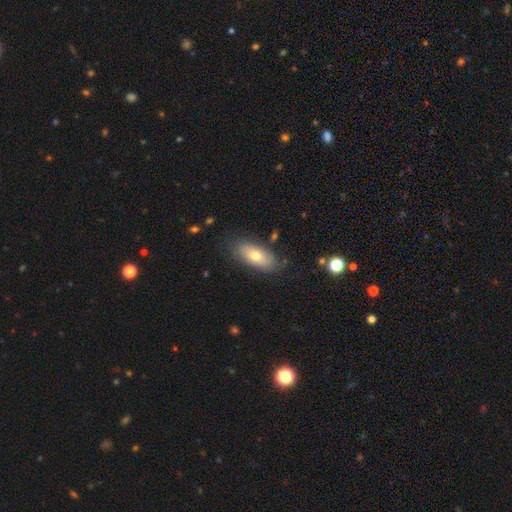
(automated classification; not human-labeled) This appears to be a smooth galaxy with no disk features (66%) that is in between round and cigar-shaped (85%). Merging: none (78%).